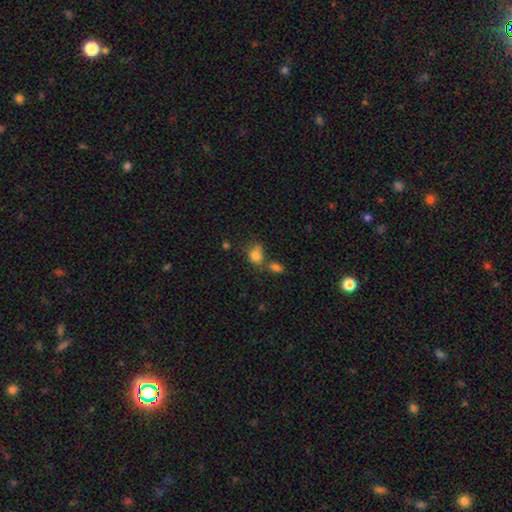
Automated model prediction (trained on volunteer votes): A smooth galaxy with no disk features (80%) that is in between round and cigar-shaped (50%).

Vote fractions:
- Smooth or featured? smooth: 80% / star or artifact: 11% / featured or disk: 9%
- How rounded? in between: 50% / round: 48% / cigar-shaped: 1%
- Merging? none: 45% / merger: 26% / minor disturbance: 20% / major disturbance: 9%